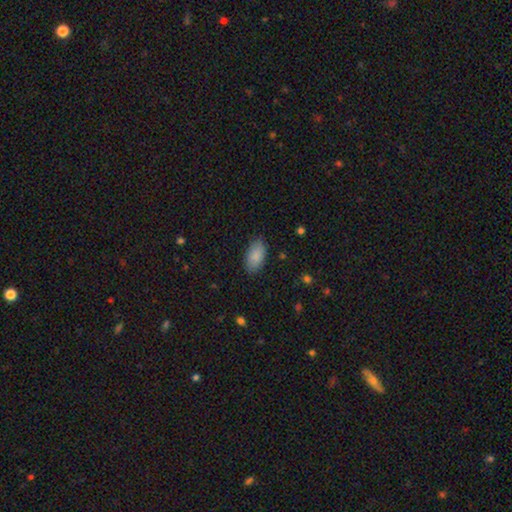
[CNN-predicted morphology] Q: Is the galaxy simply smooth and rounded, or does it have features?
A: smooth — 88%.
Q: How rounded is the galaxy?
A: in between — 94%.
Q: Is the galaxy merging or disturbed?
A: none — 85%.